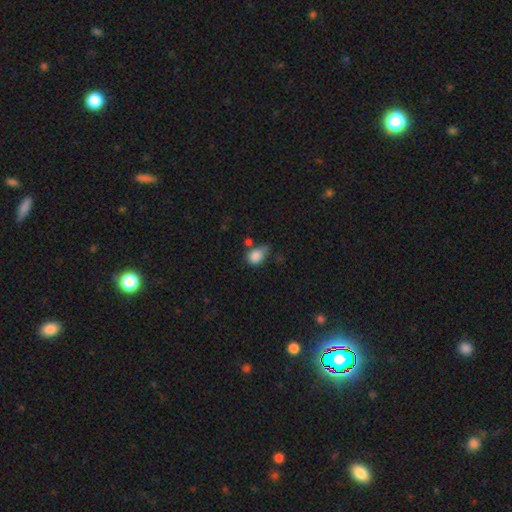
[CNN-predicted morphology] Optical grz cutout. It shows a smooth galaxy with no disk features (84%) that is in between round and cigar-shaped (71%). Merging: minor disturbance (38%).